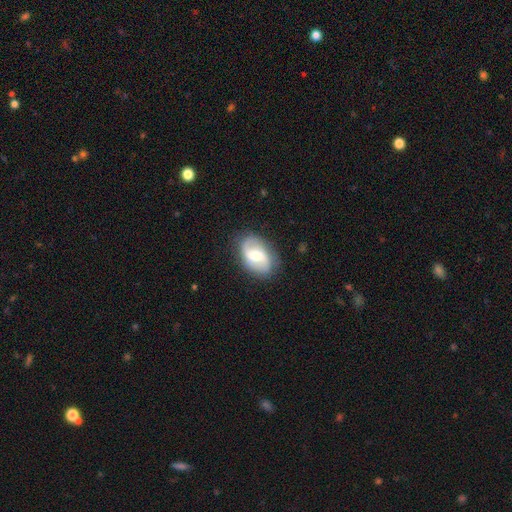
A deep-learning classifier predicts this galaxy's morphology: smooth-or-featured: featured or disk: 69% | smooth: 25% | star or artifact: 6%
  disk-edge-on: no: 97% | yes: 3%
    bar: weak: 54% | no: 24% | strong: 22%
    has-spiral-arms: yes: 89% | no: 11%
      spiral-winding: loose: 51% | medium: 36% | tight: 13%
      spiral-arm-count: 2: 87% | can't tell: 5% | 1: 4% | 3: 1% | 4: 1% | more than 4: 1%
    bulge-size: moderate: 57% | small: 26% | large: 13% | none: 3% | dominant: 2%
  merging: none: 80% | minor disturbance: 14% | major disturbance: 5% | merger: 1%